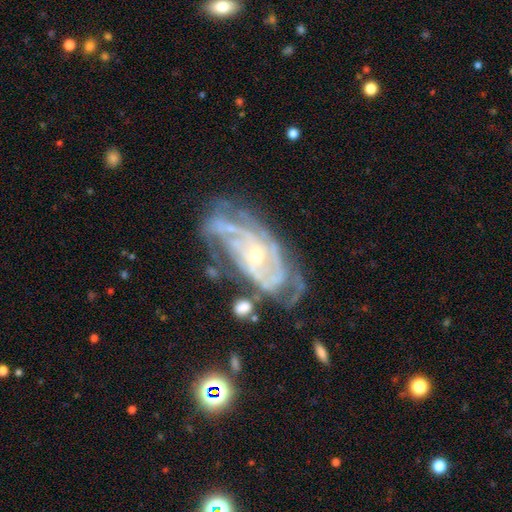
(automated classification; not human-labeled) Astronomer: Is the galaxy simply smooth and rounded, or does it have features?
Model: featured or disk — 88%.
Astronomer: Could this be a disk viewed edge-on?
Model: no — 95%.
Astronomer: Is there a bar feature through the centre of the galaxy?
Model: no — 63%.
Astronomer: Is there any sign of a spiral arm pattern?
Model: yes — 93%.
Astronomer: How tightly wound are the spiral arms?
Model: tight — 59%.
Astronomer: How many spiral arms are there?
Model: can't tell — 35% (runner-up: 2, 21%).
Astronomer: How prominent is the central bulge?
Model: small — 63%.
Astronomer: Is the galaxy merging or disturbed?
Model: none — 50%.